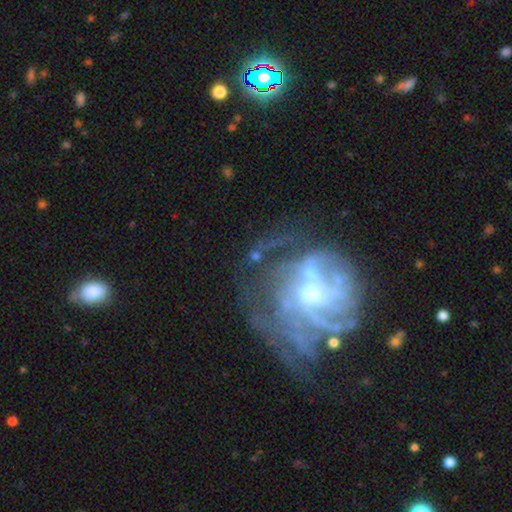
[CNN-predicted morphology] This appears to be a featured or disk galaxy (72%) with no bar (70%), spiral arms (59%) and a moderate central bulge (49%). Merging: none (40%).